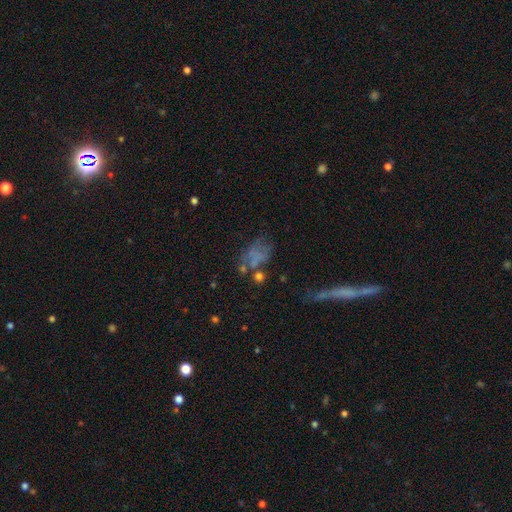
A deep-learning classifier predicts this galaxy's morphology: Overall: smooth (46%; featured or disk 34%). Merging: none (37%; major disturbance 29%).